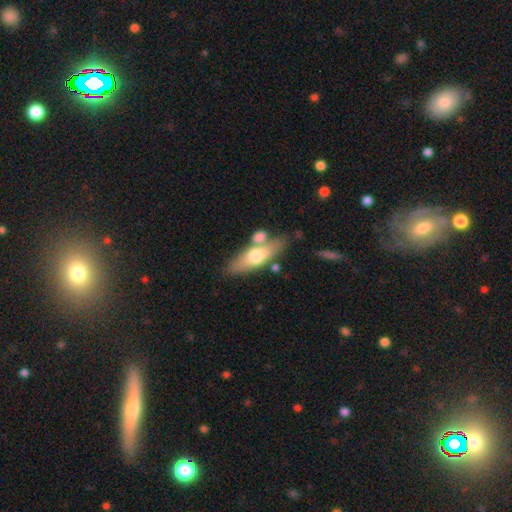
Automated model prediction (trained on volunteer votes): smooth-or-featured: smooth: 56% | featured or disk: 38% | star or artifact: 6%
  how-rounded: in between: 52% | cigar-shaped: 44% | round: 4%
  merging: none: 60% | merger: 21% | minor disturbance: 14% | major disturbance: 5%